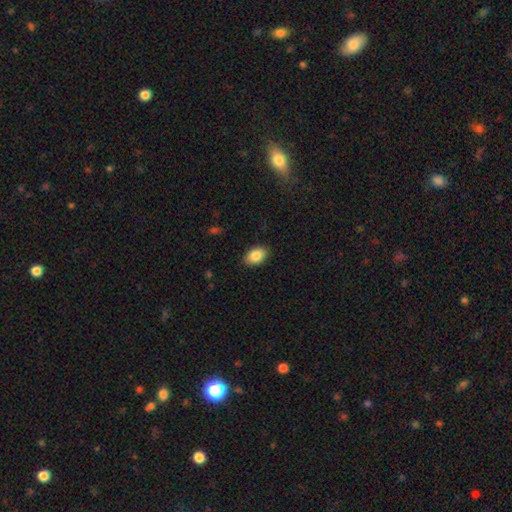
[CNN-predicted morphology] Smooth or featured? Predicted: smooth (p=0.86). How rounded? Predicted: in between (p=0.86). Merging? Predicted: none (p=0.88).